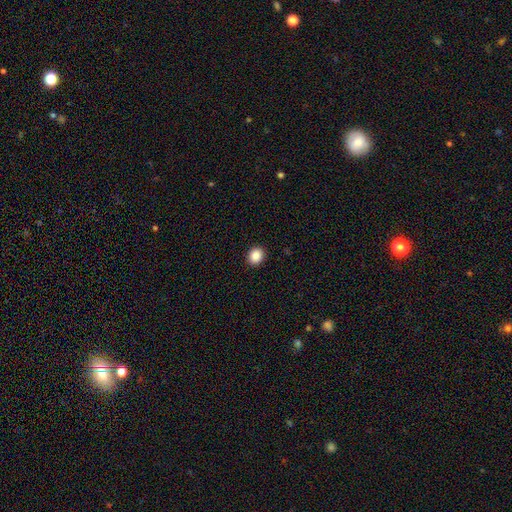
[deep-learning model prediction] This is clearly a smooth galaxy (88%). How rounded: likely round (70%). Merging: clearly none (92%).